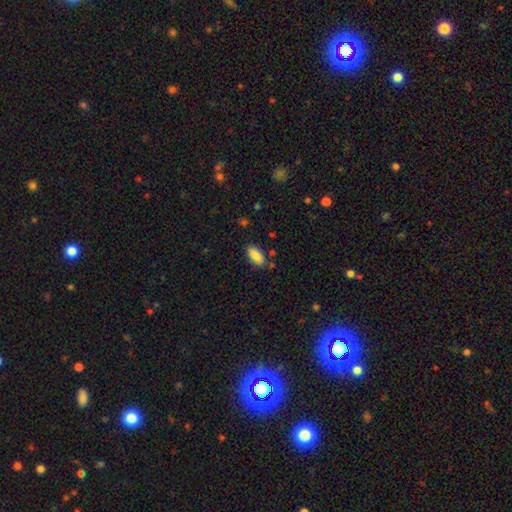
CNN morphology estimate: The model was most divided on "merging": none: 80%, minor disturbance: 13%, merger: 3%, major disturbance: 3%. More confident: how rounded — in between (89%); smooth or featured — smooth (88%).